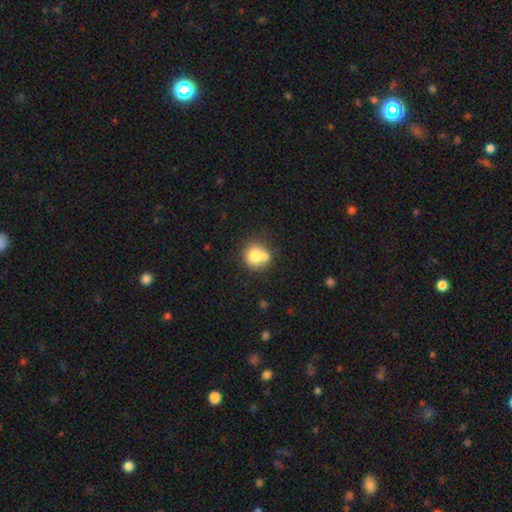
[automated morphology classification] Smooth or featured: smooth — 75% (featured or disk — 15%)
How rounded: round — 86% (in between — 13%)
Merging: none — 51% (merger — 33%)